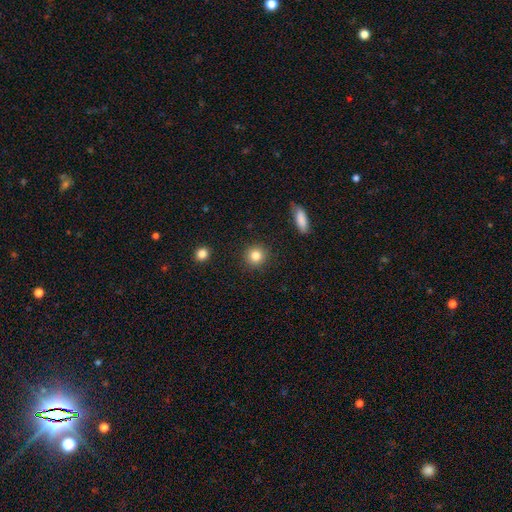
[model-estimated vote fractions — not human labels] A smooth galaxy with no disk features (83%) that is round (91%). Merging: none (90%).